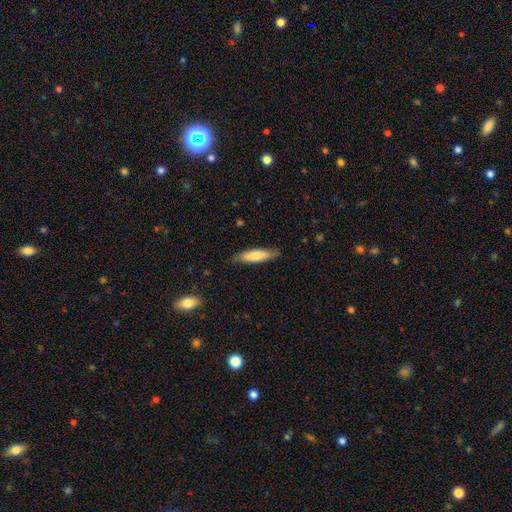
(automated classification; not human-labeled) Morphology: type=smooth (74%); roundness=cigar-shaped (70%); merging=none (83%).